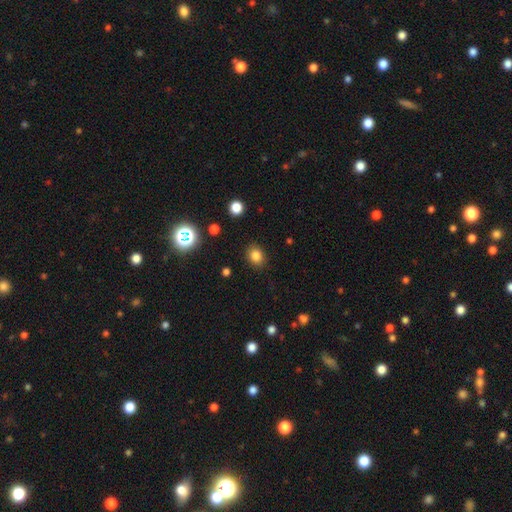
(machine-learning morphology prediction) Smooth or featured?
  - smooth: 81% *
  - star or artifact: 14%
  - featured or disk: 5%
How rounded?
  - round: 58% *
  - in between: 41%
  - cigar-shaped: 1%
Merging?
  - none: 86% *
  - minor disturbance: 9%
  - major disturbance: 3%
  - merger: 1%